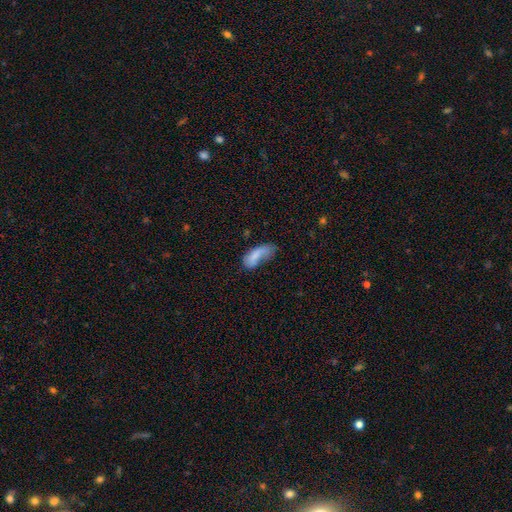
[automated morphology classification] This is likely a smooth galaxy (74%). How rounded: clearly in between (83%). Merging: marginally major disturbance (33%).